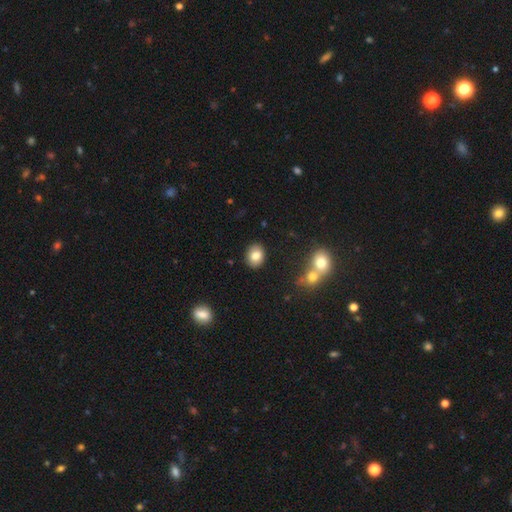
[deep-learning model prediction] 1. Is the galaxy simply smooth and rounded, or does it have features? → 81% smooth, 10% featured or disk, 9% star or artifact.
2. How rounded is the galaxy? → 53% in between, 46% round, 1% cigar-shaped.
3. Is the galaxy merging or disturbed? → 87% none, 8% minor disturbance, 3% merger, 2% major disturbance.